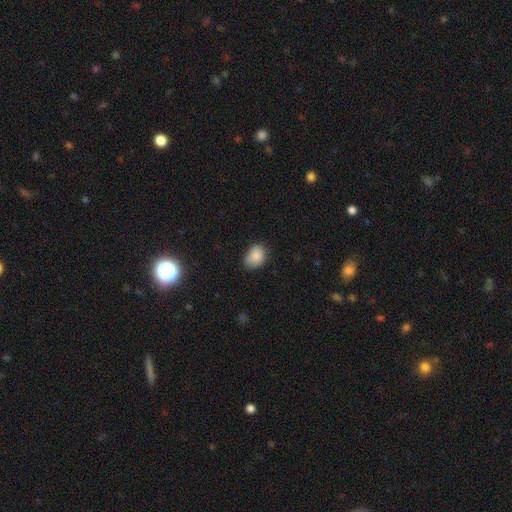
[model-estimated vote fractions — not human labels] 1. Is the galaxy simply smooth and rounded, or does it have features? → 86% smooth, 9% star or artifact, 6% featured or disk.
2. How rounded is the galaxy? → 68% in between, 31% round, 1% cigar-shaped.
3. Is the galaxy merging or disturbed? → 62% none, 30% minor disturbance, 6% major disturbance, 2% merger.